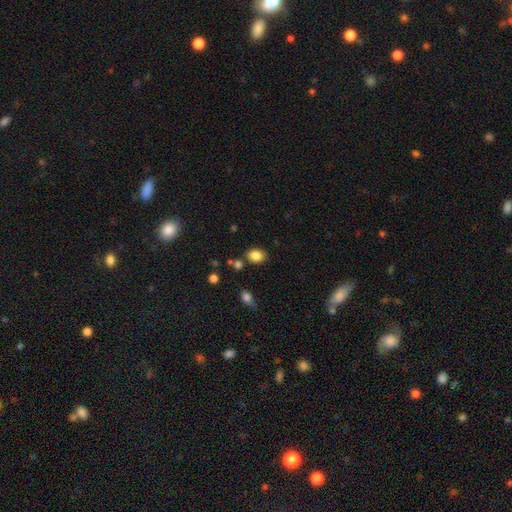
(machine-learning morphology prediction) smooth_or_featured: smooth (p=0.84) [alt: star or artifact p=0.10]
how_rounded: in between (p=0.62) [alt: round p=0.36]
merging: none (p=0.78) [alt: minor disturbance p=0.12]